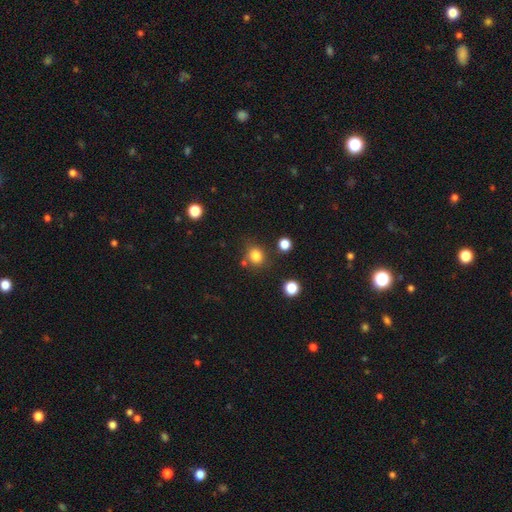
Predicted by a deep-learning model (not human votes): A smooth galaxy with no disk features (82%) that is round (80%).

Vote fractions:
- Smooth or featured? smooth: 82% / star or artifact: 13% / featured or disk: 5%
- How rounded? round: 80% / in between: 19% / cigar-shaped: 1%
- Merging? none: 76% / minor disturbance: 12% / merger: 8% / major disturbance: 4%